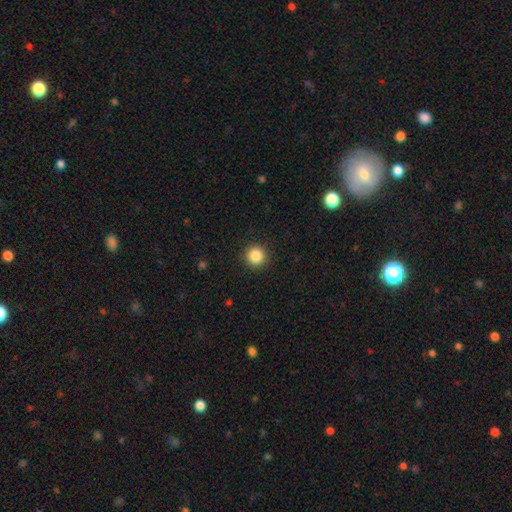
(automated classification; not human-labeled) Smooth or featured? Predicted: smooth (p=0.86). How rounded? Predicted: round (p=0.95). Merging? Predicted: none (p=0.92).